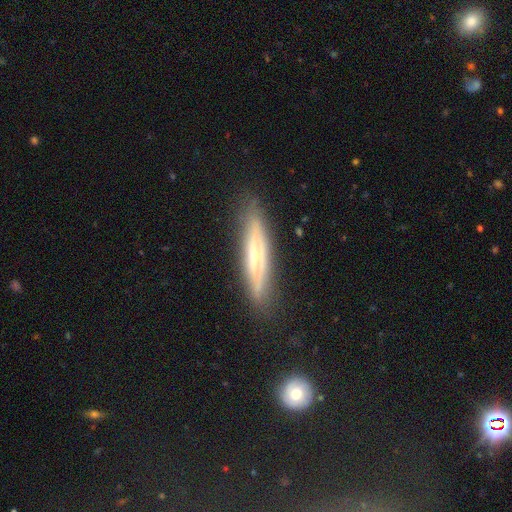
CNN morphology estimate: A featured or disk galaxy (64%) viewed edge-on (77%).

Vote fractions:
- Smooth or featured? featured or disk: 64% / smooth: 29% / star or artifact: 7%
- Edge-on disk? yes: 77% / no: 23%
- Merging? none: 82% / minor disturbance: 14% / major disturbance: 3% / merger: 1%